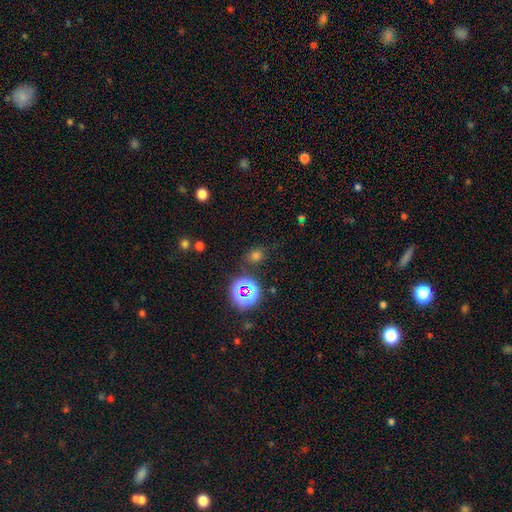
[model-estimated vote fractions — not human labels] Smooth or featured? smooth (62%)
How rounded? round (69%)
Merging? none (81%)